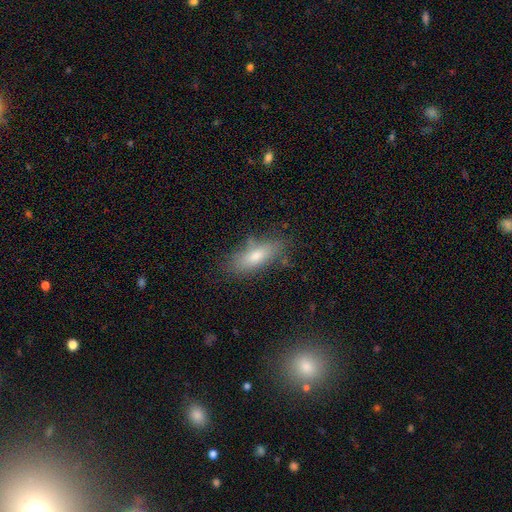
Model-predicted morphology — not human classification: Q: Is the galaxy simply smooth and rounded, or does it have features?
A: smooth — 72%.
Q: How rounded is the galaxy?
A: in between — 68%.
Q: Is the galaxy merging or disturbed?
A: none — 75%.